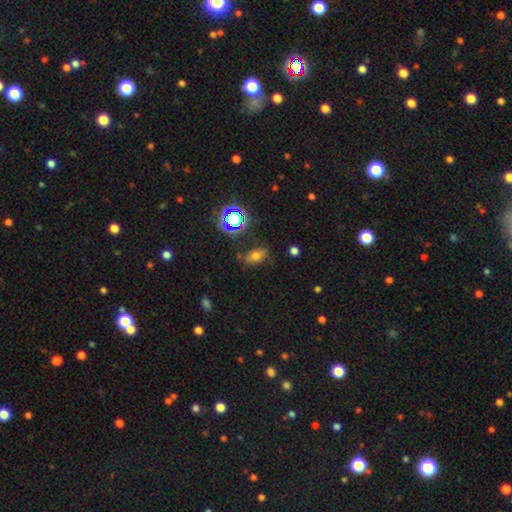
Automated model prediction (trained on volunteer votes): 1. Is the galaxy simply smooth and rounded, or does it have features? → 60% smooth, 24% star or artifact, 16% featured or disk.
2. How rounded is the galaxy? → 81% in between, 14% round, 5% cigar-shaped.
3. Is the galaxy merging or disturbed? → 68% none, 21% minor disturbance, 8% major disturbance, 3% merger.